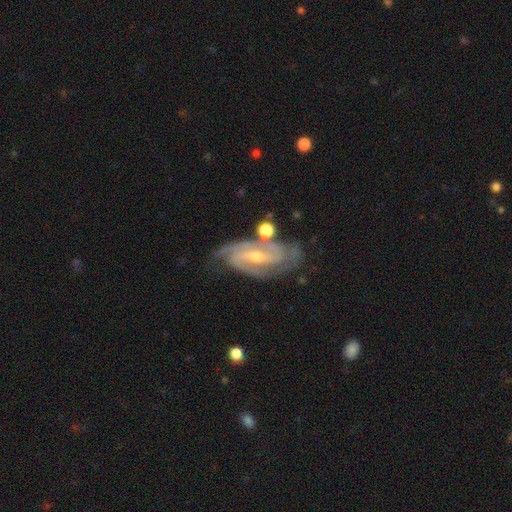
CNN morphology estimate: type=featured or disk (89%); edge-on=no (95%); bar=weak (41%); spiral arms=yes (97%); winding=tight (55%); arm count=2 (54%); bulge=small (63%); merging=none (69%).